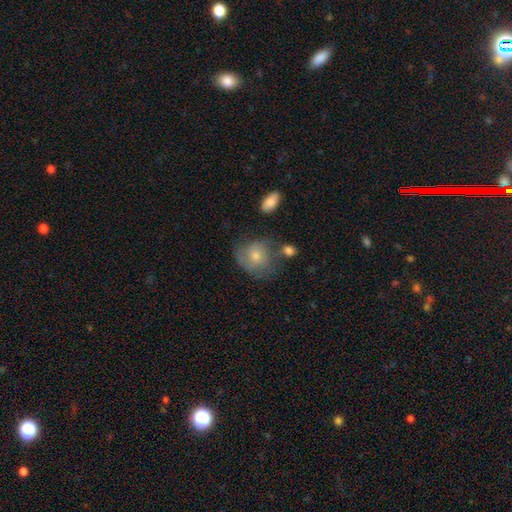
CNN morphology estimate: Smooth or featured? smooth (60%)
How rounded? round (72%)
Merging? none (49%)